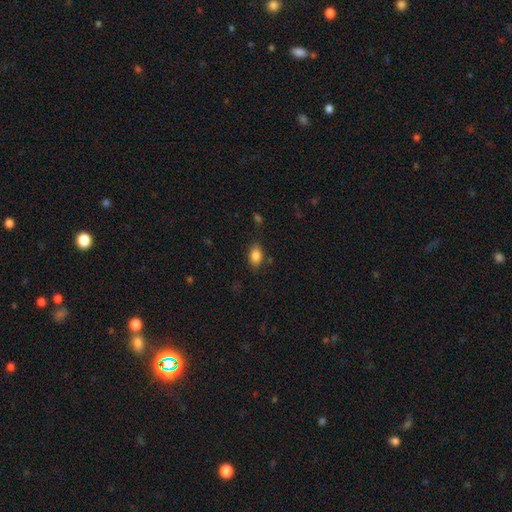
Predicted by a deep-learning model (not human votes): This appears to be a smooth galaxy with no disk features (85%) that is in between round and cigar-shaped (87%). Merging: none (82%).